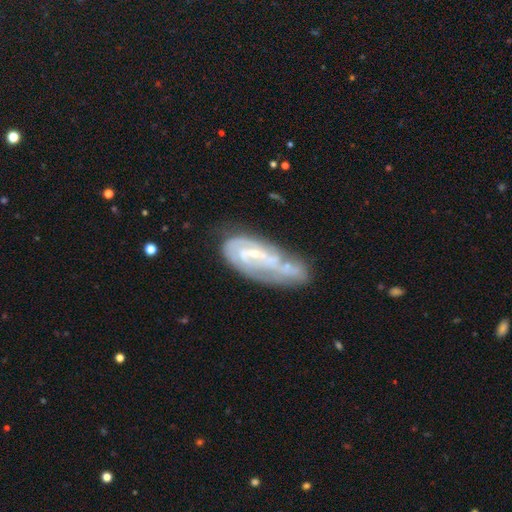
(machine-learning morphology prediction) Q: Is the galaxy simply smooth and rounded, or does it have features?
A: featured or disk — 73%.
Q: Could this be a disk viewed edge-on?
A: no — 91%.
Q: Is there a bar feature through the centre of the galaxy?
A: no — 42%.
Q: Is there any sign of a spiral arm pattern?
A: yes — 70%.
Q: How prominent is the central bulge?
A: small — 63%.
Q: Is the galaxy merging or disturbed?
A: none — 37%.